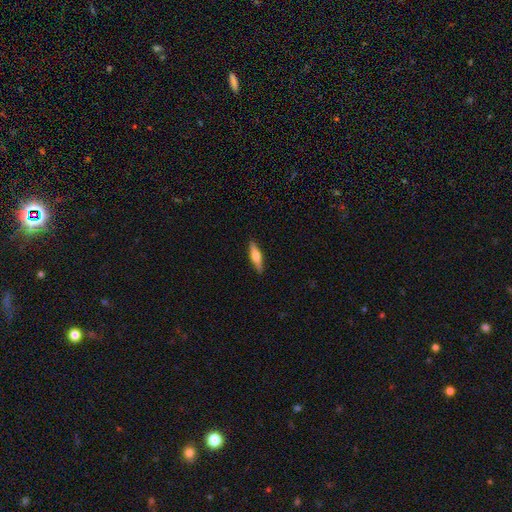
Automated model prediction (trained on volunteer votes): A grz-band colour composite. It shows a featured or disk galaxy (47%, tied with smooth). Merging: none (90%).